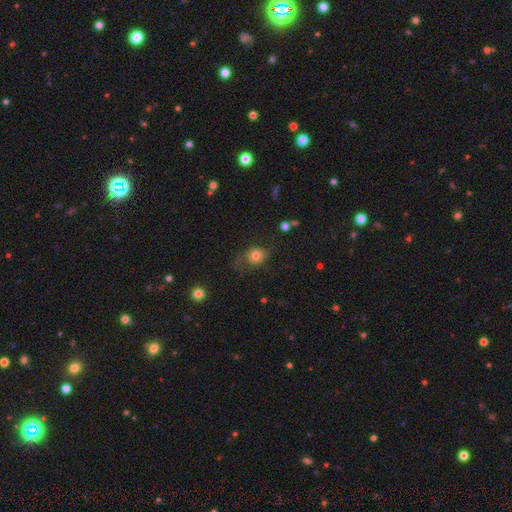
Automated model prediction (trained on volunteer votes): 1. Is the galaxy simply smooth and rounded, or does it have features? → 71% smooth, 18% featured or disk, 11% star or artifact.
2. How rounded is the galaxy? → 65% round, 34% in between, 1% cigar-shaped.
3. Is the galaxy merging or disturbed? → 50% none, 26% minor disturbance, 22% major disturbance, 2% merger.